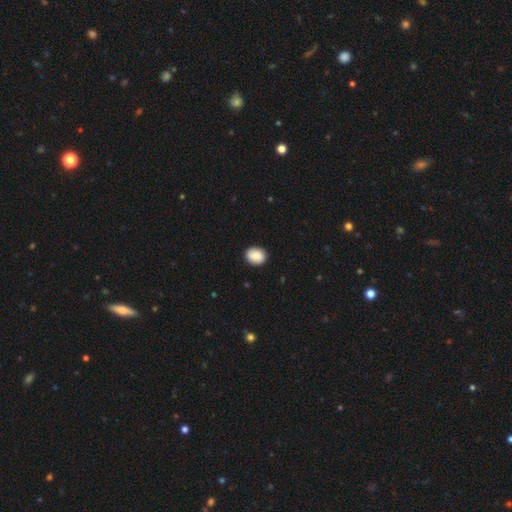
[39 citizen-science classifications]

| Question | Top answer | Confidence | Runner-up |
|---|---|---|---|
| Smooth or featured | smooth | 85% | featured or disk (10%) |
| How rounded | round | 64% | in between (36%) |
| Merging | none | 89% | minor disturbance (5%) |